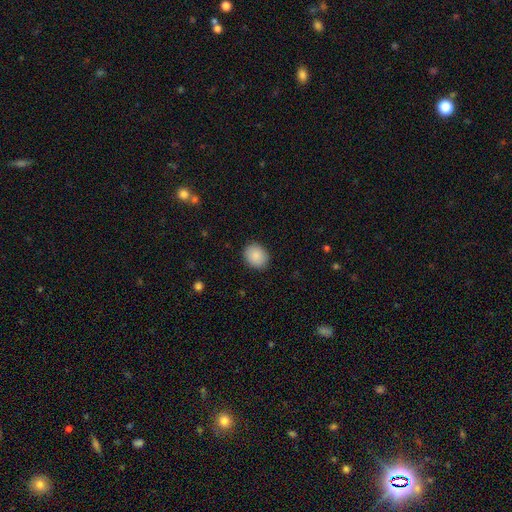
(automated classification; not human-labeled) Smooth or featured? Predicted: smooth (p=0.89). How rounded? Predicted: round (p=0.54). Merging? Predicted: none (p=0.89).